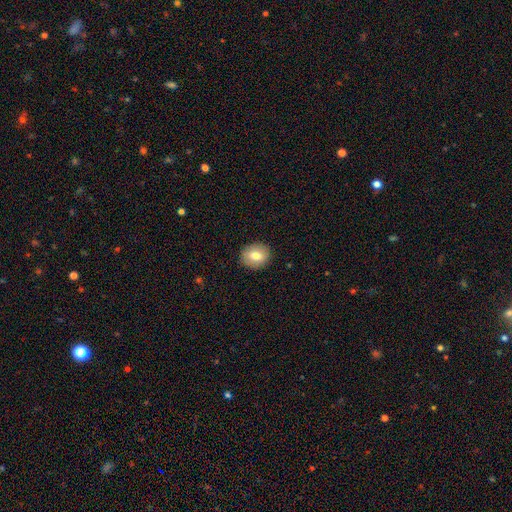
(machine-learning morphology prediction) This is likely a smooth galaxy (75%). How rounded: likely round (64%). Merging: clearly none (90%).